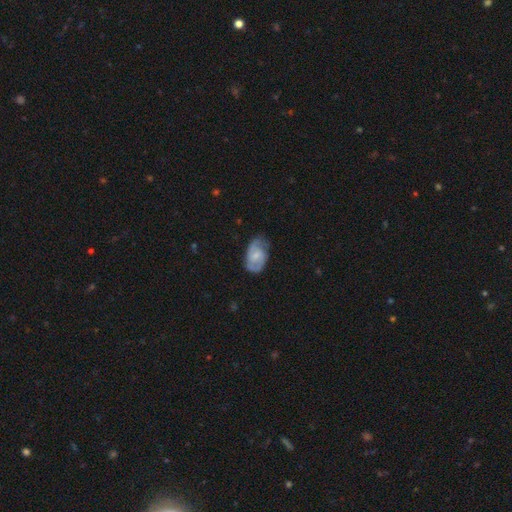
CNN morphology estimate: type=featured or disk (67%); edge-on=no (97%); bar=no (50%); spiral arms=yes (90%); winding=medium (48%); arm count=2 (77%); bulge=small (54%); merging=none (66%).